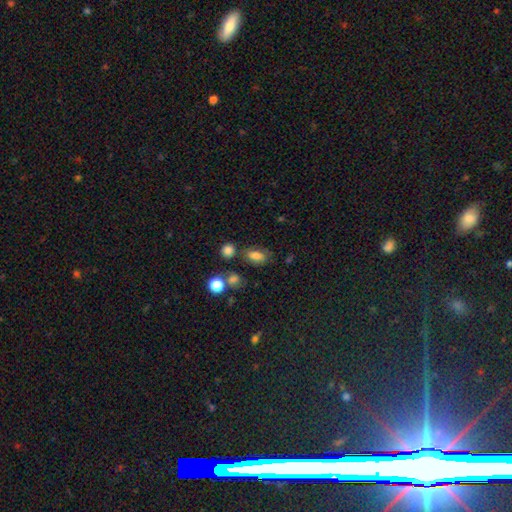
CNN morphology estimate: Overall: smooth (77%). How rounded: in between (82%). Merging: none (66%).